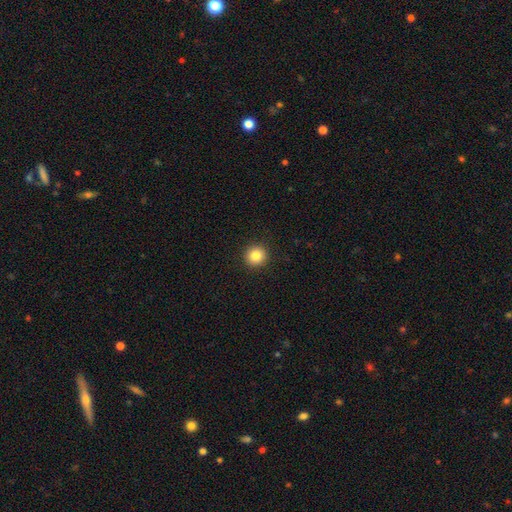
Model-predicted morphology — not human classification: This is clearly a smooth galaxy (85%). How rounded: clearly round (94%). Merging: clearly none (93%).